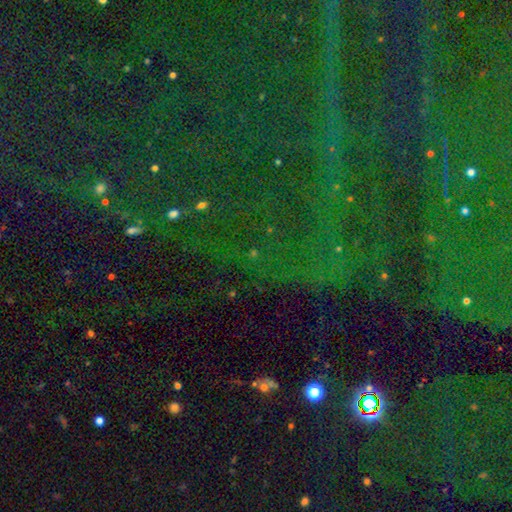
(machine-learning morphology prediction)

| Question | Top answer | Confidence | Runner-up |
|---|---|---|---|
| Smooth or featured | star or artifact | 85% | smooth (8%) |